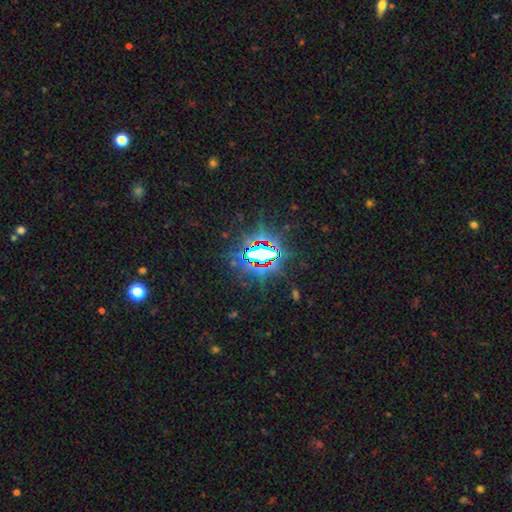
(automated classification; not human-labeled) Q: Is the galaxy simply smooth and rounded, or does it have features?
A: star or artifact — 84%.